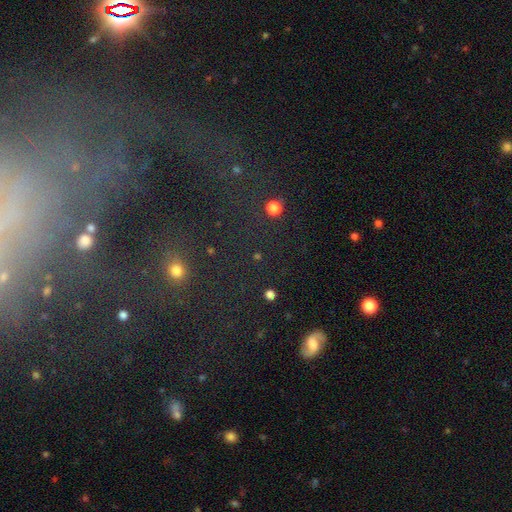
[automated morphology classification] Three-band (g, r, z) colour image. It shows a star or artifact, not a galaxy (45%).